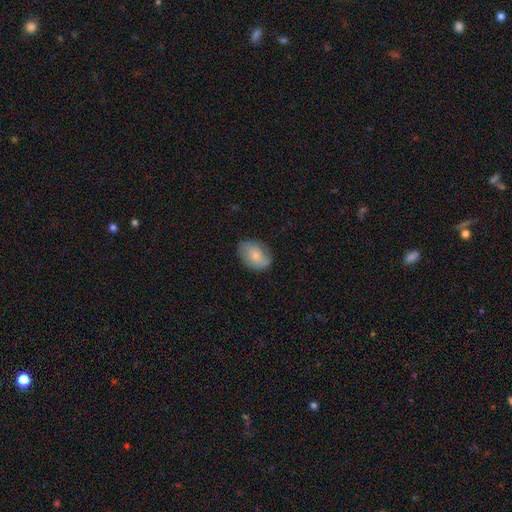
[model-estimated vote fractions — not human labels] Q: Smooth or featured?
A: smooth (69%); runner-up: featured or disk (25%)
Q: How rounded?
A: in between (78%); runner-up: round (21%)
Q: Merging?
A: none (73%); runner-up: minor disturbance (21%)